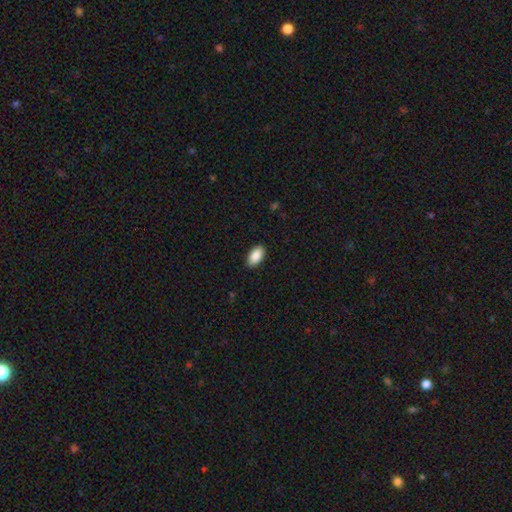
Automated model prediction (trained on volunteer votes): A smooth galaxy with no disk features (90%) that is in between round and cigar-shaped (95%). Merging: none (89%).